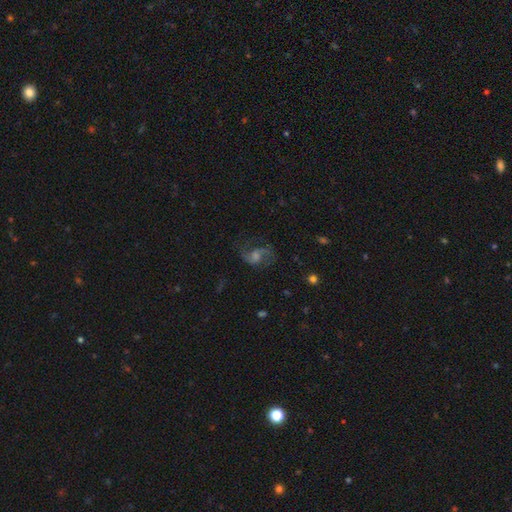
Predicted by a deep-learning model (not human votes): Smooth or featured? featured or disk (71%)
Edge-on disk? no (97%)
Bar? no (45%)
Spiral arms? yes (91%)
Spiral winding? loose (55%)
Spiral arm count? 2 (84%)
Bulge size? moderate (42%)
Merging? none (65%)